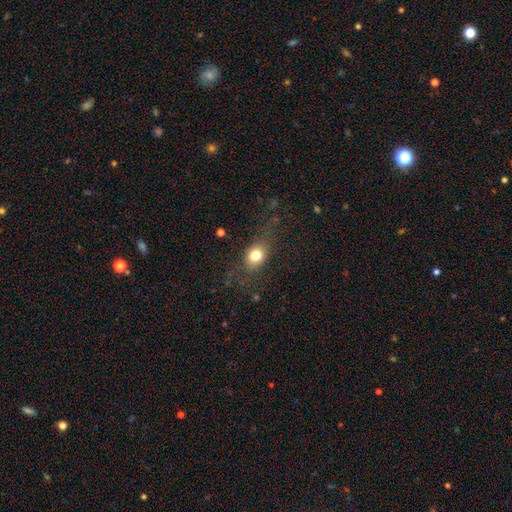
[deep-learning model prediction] Smooth or featured? smooth (75%)
How rounded? in between (54%)
Merging? none (72%)